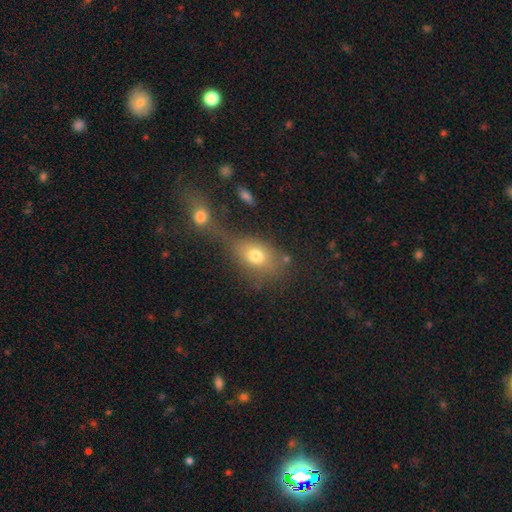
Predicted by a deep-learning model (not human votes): smooth 73%, featured or disk 14%, star or artifact 12%. Down the decision tree: how rounded — in between (67%); merging — merger (43%).